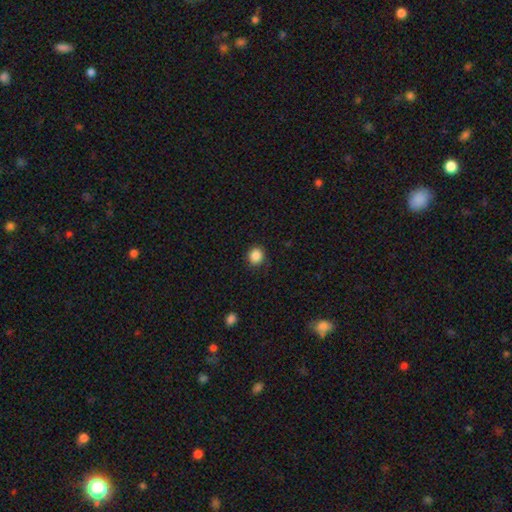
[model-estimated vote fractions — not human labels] This is clearly a smooth galaxy (87%). How rounded: clearly round (88%). Merging: clearly none (89%).